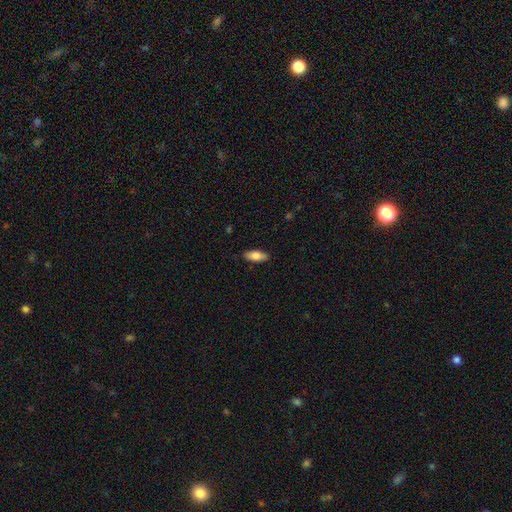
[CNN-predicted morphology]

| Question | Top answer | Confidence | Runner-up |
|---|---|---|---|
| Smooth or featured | smooth | 80% | featured or disk (14%) |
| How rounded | in between | 78% | cigar-shaped (20%) |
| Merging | none | 87% | minor disturbance (10%) |